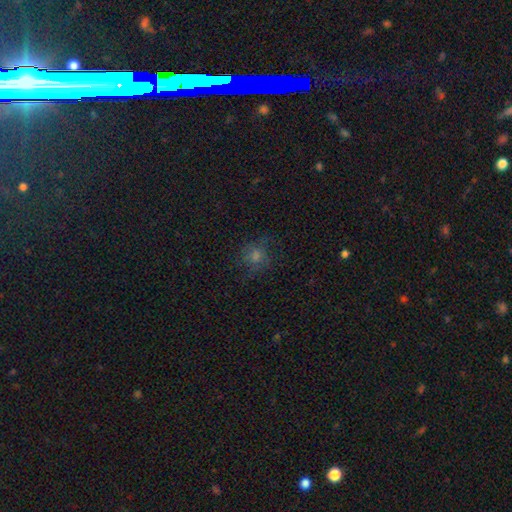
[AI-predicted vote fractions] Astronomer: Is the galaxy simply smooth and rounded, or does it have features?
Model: smooth — 52% (runner-up: star or artifact, 30%).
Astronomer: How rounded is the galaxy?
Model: round — 85%.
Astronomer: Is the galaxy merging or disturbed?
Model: none — 75%.